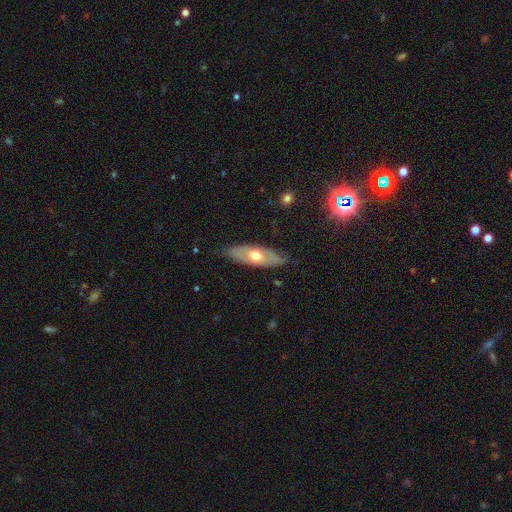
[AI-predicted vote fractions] smooth_or_featured: featured or disk (p=0.51) [alt: smooth p=0.44]
disk_edge_on: no (p=0.62) [alt: yes p=0.38]
merging: none (p=0.78) [alt: minor disturbance p=0.17]